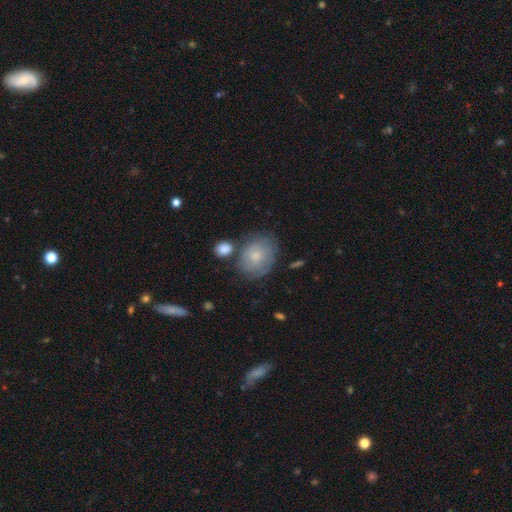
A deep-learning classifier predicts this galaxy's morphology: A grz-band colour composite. It shows a smooth galaxy with no disk features (65%) that is round (50%). Merging: none (63%).